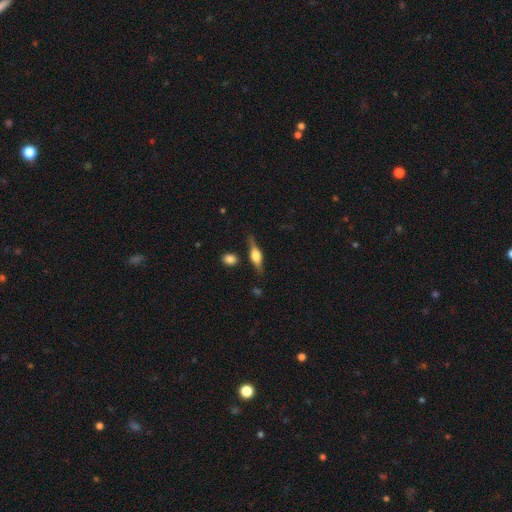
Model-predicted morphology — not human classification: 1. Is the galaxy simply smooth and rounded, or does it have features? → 66% featured or disk, 27% smooth, 7% star or artifact.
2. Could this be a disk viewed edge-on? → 95% yes, 5% no.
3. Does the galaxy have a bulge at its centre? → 89% rounded, 9% boxy, 2% none.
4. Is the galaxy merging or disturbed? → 78% none, 14% minor disturbance, 4% major disturbance, 4% merger.